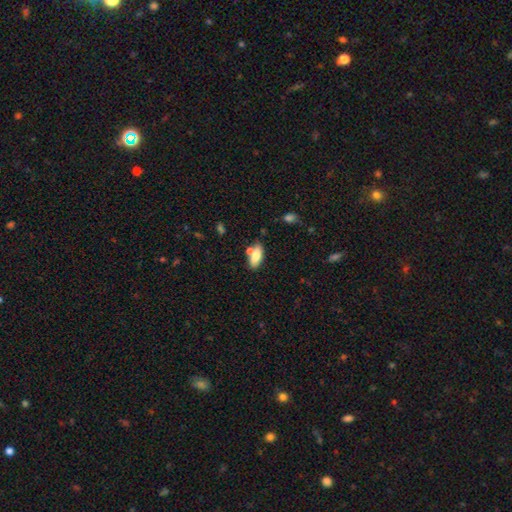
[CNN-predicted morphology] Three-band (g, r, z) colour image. It shows a smooth galaxy with no disk features (74%) that is in between round and cigar-shaped (81%). Merging: none (59%).